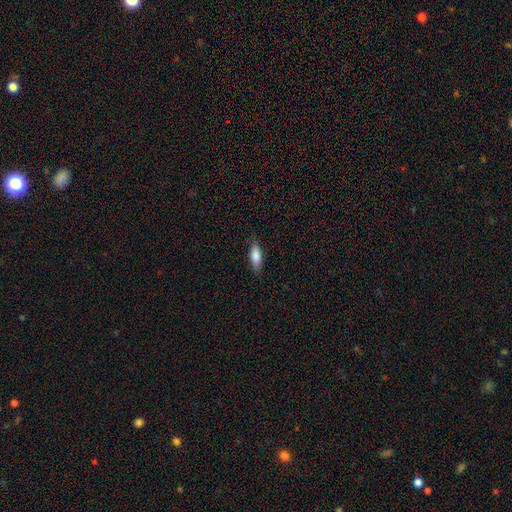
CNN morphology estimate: A smooth galaxy with no disk features (78%) that is in between round and cigar-shaped (64%). Merging: none (82%).